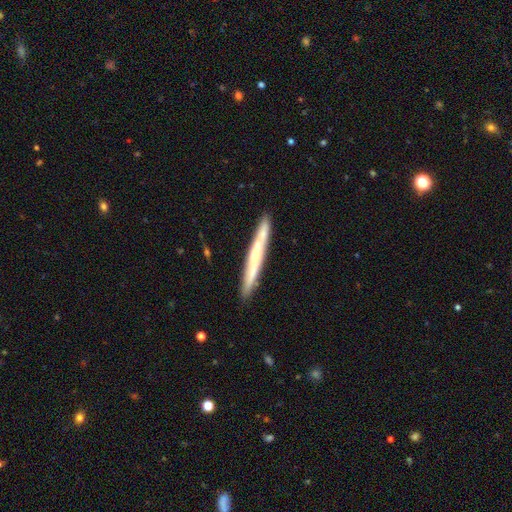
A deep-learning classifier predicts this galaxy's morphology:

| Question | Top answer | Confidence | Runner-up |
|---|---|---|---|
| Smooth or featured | featured or disk | 53% | smooth (41%) |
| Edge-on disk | yes | 92% | no (8%) |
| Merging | none | 86% | minor disturbance (10%) |